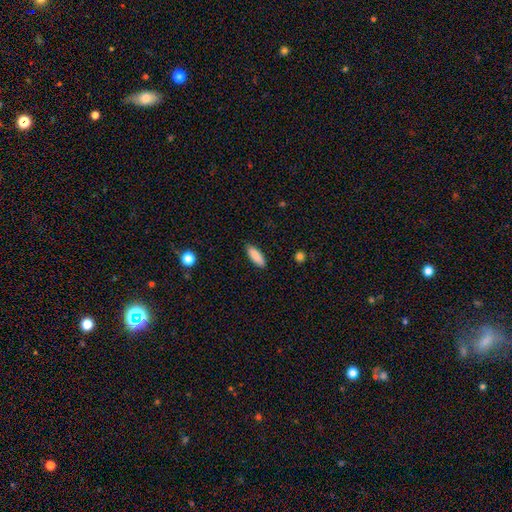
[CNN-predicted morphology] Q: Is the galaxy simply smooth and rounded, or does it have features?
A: smooth — 88%.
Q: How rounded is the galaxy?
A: in between — 60%.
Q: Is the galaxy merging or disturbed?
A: none — 88%.